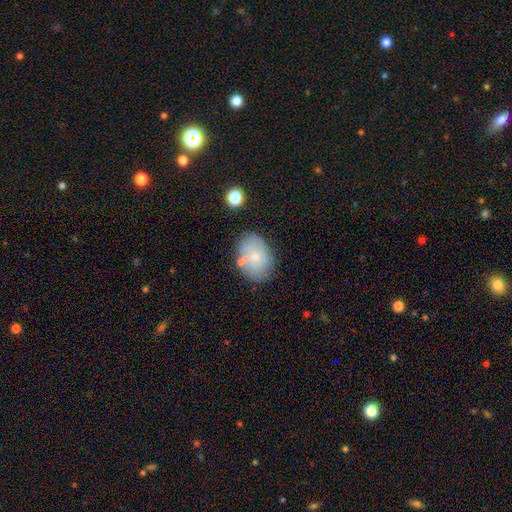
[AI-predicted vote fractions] The model was most divided on "smooth or featured": smooth: 59%, featured or disk: 32%, star or artifact: 9%. More confident: how rounded — in between (77%); merging — none (65%).